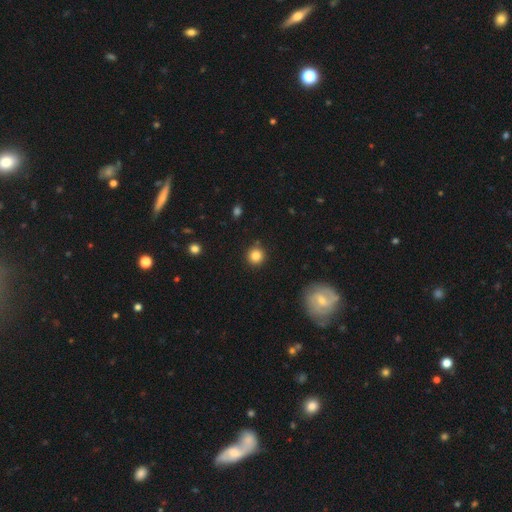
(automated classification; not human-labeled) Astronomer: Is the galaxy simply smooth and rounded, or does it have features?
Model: smooth — 84%.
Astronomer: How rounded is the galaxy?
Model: round — 94%.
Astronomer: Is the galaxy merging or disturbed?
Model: none — 90%.